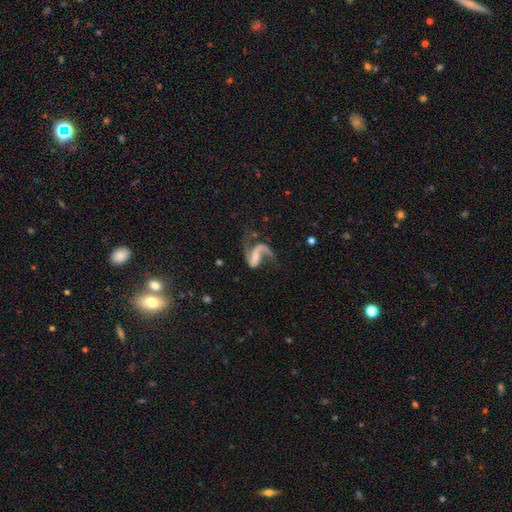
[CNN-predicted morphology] A featured or disk galaxy (87%) with a weak bar (38%), 2 (73%) loose (67%) spiral arms (95%) and a small central bulge (42%). Merging: none (47%).